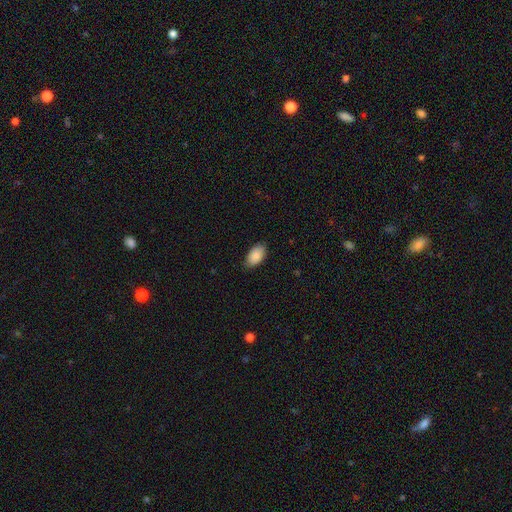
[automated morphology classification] smooth 88%, star or artifact 6%, featured or disk 6%. Down the decision tree: how rounded — in between (94%); merging — none (80%).